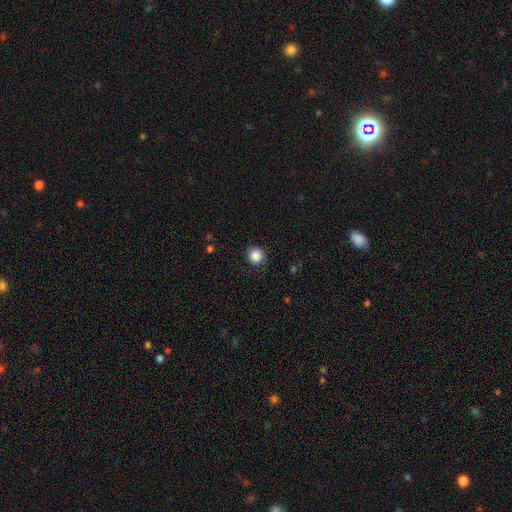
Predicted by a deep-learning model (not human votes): smooth-or-featured: smooth: 87% | star or artifact: 9% | featured or disk: 4%
  how-rounded: round: 91% | in between: 8% | cigar-shaped: 1%
  merging: none: 80% | minor disturbance: 14% | major disturbance: 5% | merger: 1%